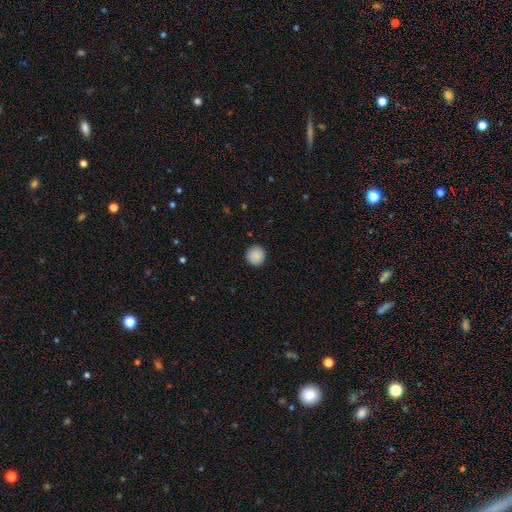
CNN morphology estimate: Smooth or featured?
  - smooth: 89% *
  - star or artifact: 7%
  - featured or disk: 3%
How rounded?
  - round: 95% *
  - in between: 4%
  - cigar-shaped: 1%
Merging?
  - none: 92% *
  - minor disturbance: 5%
  - major disturbance: 2%
  - merger: 1%